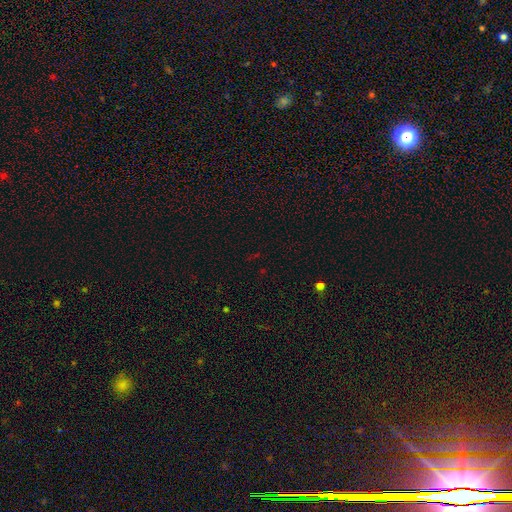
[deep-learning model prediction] Q: Smooth or featured?
A: star or artifact (70%); runner-up: smooth (22%)